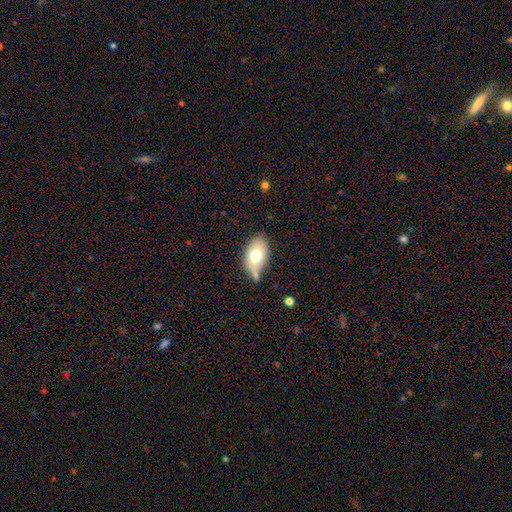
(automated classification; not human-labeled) Smooth or featured?
  - smooth: 70% *
  - featured or disk: 23%
  - star or artifact: 7%
How rounded?
  - in between: 90% *
  - round: 9%
  - cigar-shaped: 2%
Merging?
  - none: 50% *
  - minor disturbance: 28%
  - merger: 13%
  - major disturbance: 9%